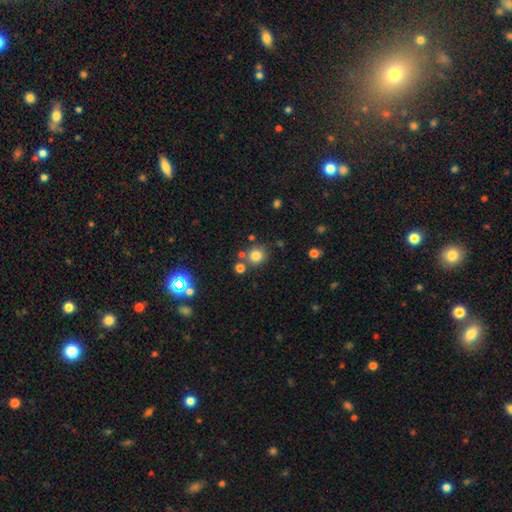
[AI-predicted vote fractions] smooth_or_featured: smooth (p=0.79) [alt: star or artifact p=0.14]
how_rounded: round (p=0.88) [alt: in between p=0.11]
merging: none (p=0.74) [alt: merger p=0.13]